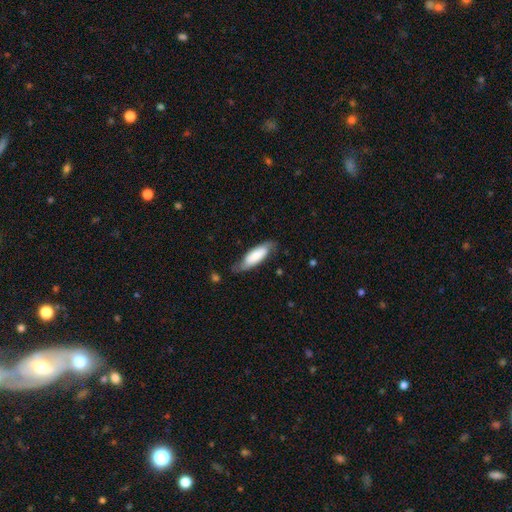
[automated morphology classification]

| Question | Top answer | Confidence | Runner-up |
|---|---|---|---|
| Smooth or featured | smooth | 70% | featured or disk (24%) |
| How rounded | in between | 59% | cigar-shaped (40%) |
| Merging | none | 66% | minor disturbance (25%) |